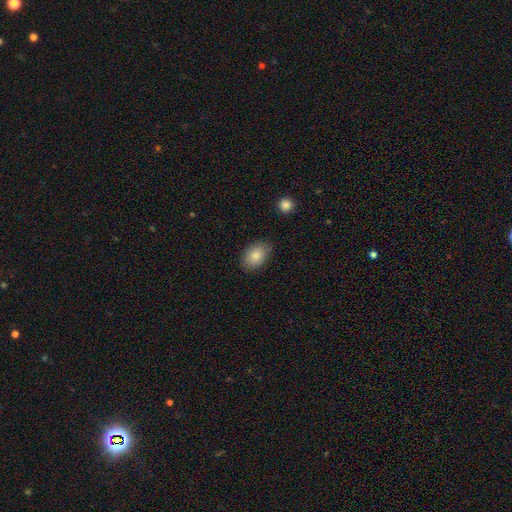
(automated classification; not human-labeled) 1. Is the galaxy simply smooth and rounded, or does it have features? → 83% smooth, 9% featured or disk, 8% star or artifact.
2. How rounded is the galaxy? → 83% in between, 16% round, 1% cigar-shaped.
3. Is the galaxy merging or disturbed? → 81% none, 15% minor disturbance, 3% major disturbance, 2% merger.